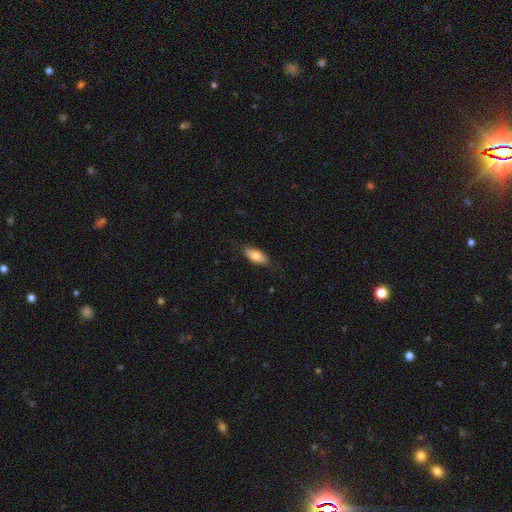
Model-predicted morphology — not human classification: Q: Smooth or featured?
A: smooth (77%); runner-up: featured or disk (17%)
Q: How rounded?
A: in between (79%); runner-up: cigar-shaped (19%)
Q: Merging?
A: none (79%); runner-up: minor disturbance (16%)